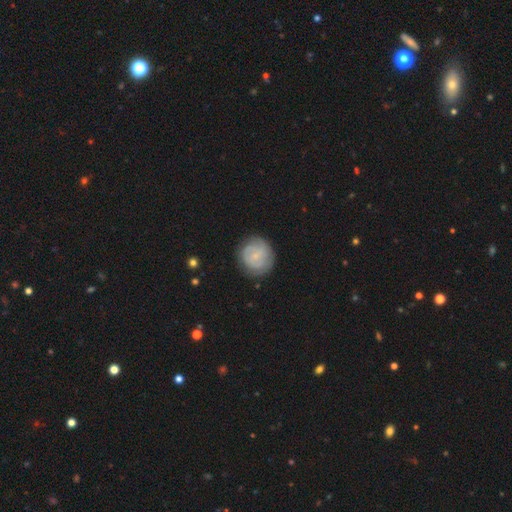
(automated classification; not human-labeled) A featured or disk galaxy (49%).

Vote fractions:
- Smooth or featured? featured or disk: 49% / smooth: 44% / star or artifact: 7%
- Merging? none: 79% / minor disturbance: 14% / major disturbance: 5% / merger: 1%